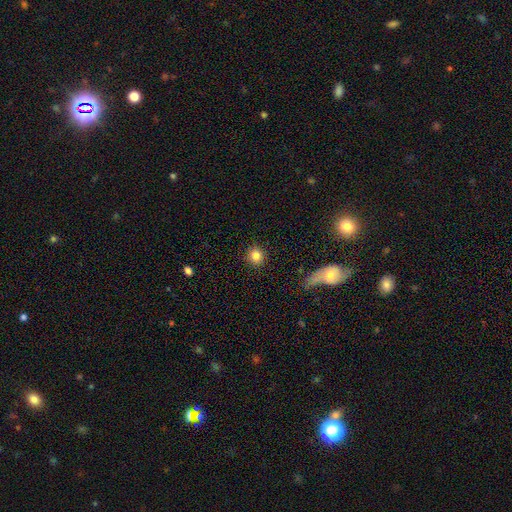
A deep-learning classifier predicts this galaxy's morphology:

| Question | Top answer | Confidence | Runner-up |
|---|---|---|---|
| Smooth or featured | smooth | 84% | star or artifact (10%) |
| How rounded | round | 87% | in between (11%) |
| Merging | none | 90% | minor disturbance (6%) |